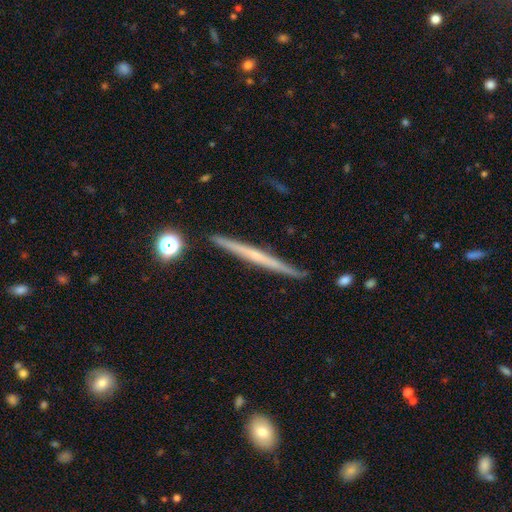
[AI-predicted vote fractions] This is likely a featured or disk galaxy (60%). It is clearly viewed edge-on (97%). Edge-on bulge: likely none (76%). Merging: clearly none (90%).